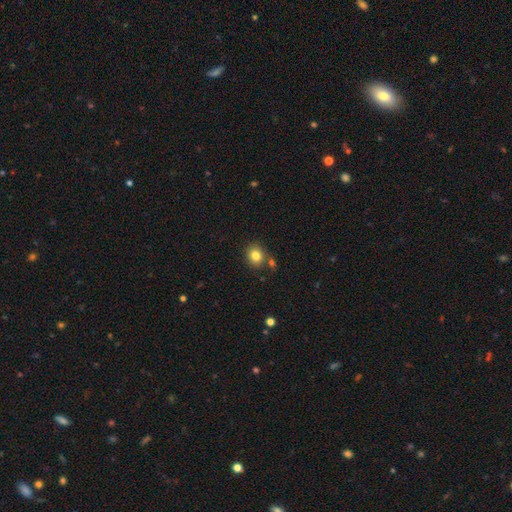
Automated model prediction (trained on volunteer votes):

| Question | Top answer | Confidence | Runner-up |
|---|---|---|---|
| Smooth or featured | smooth | 81% | star or artifact (11%) |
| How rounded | round | 71% | in between (28%) |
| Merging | none | 77% | minor disturbance (11%) |